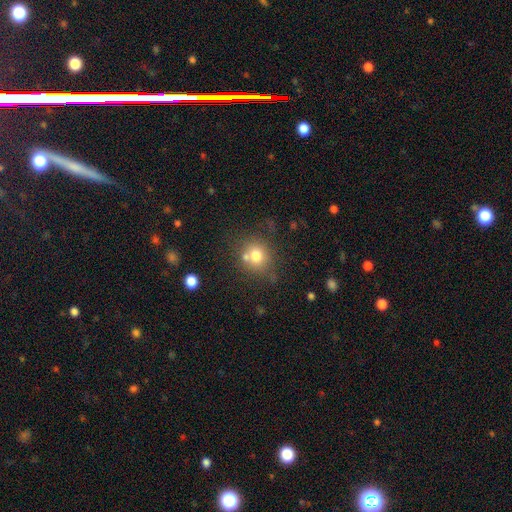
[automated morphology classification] A smooth galaxy with no disk features (73%) that is round (80%). Merging: none (58%).